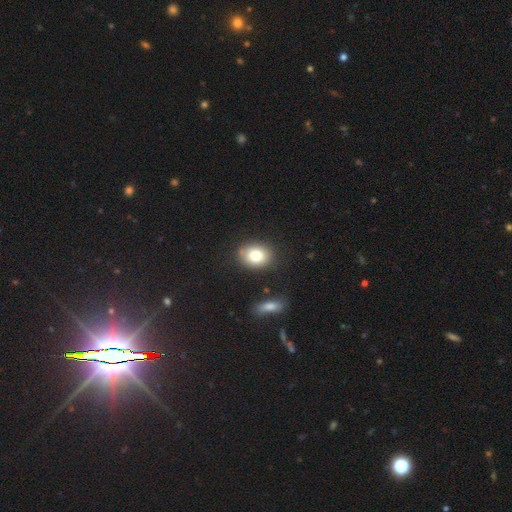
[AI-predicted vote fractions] smooth 79%, featured or disk 12%, star or artifact 9%. Down the decision tree: how rounded — in between (54%); merging — none (83%).